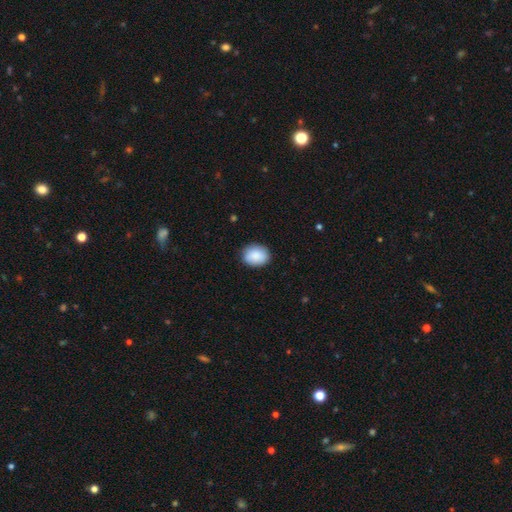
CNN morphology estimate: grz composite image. It shows a smooth galaxy with no disk features (89%) that is in between round and cigar-shaped (58%). Merging: none (85%).